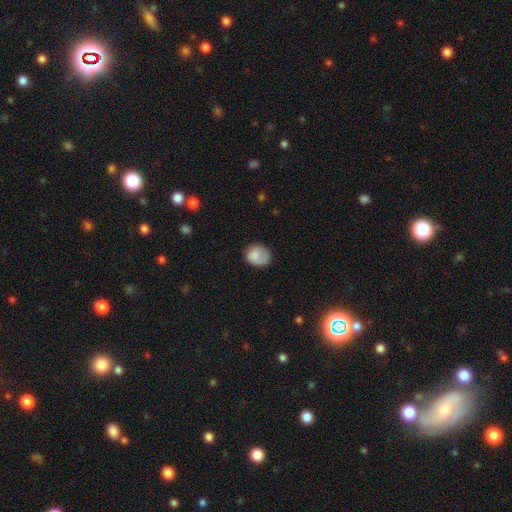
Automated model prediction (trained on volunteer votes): This is clearly a smooth galaxy (80%). How rounded: possibly round (56%). Merging: likely none (61%).